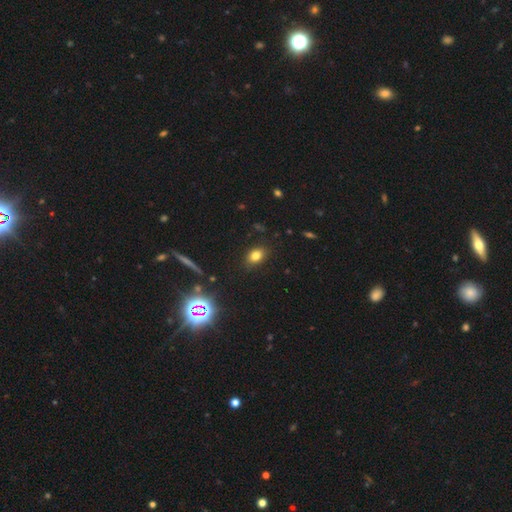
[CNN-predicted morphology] type=smooth (78%); roundness=in between (69%); merging=none (86%).